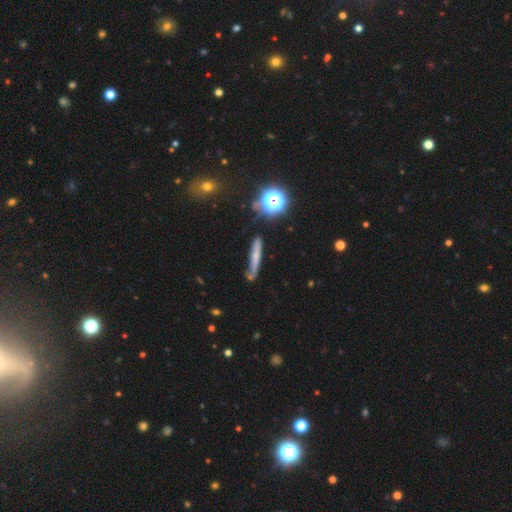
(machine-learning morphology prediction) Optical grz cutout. It shows a smooth galaxy with no disk features (50%). Merging: none (65%).